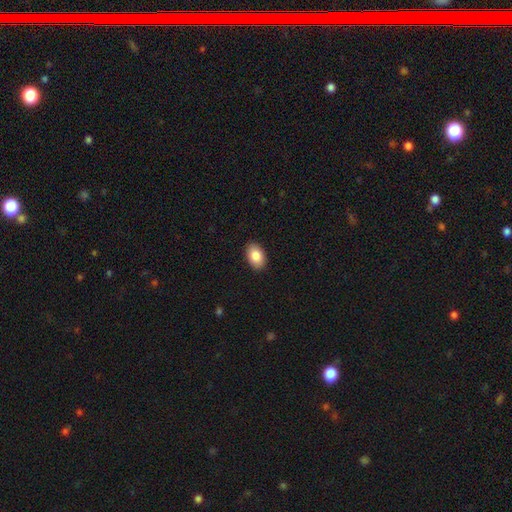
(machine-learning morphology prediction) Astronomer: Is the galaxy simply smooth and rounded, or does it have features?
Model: smooth — 86%.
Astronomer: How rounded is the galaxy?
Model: in between — 92%.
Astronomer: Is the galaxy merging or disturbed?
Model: none — 90%.